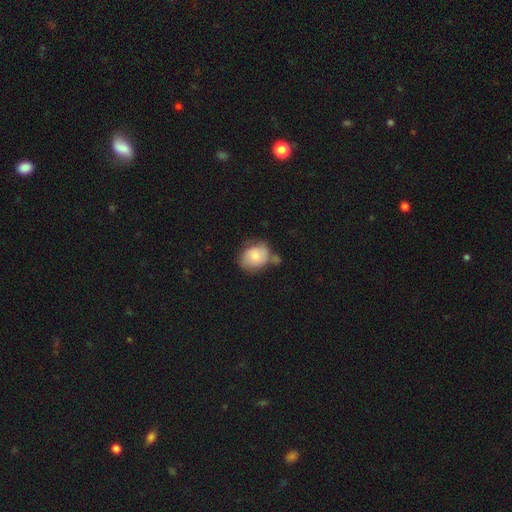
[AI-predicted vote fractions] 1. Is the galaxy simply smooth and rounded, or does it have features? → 72% smooth, 21% featured or disk, 7% star or artifact.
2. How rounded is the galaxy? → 54% in between, 45% round, 1% cigar-shaped.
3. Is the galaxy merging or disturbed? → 50% none, 27% minor disturbance, 15% merger, 9% major disturbance.